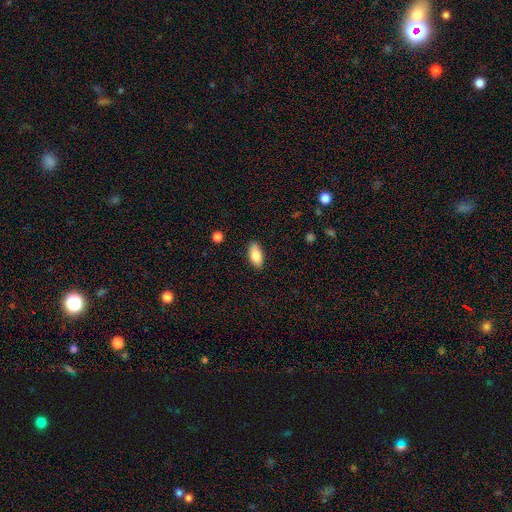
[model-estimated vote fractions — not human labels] Overall: smooth (85%). How rounded: in between (90%). Merging: none (86%).